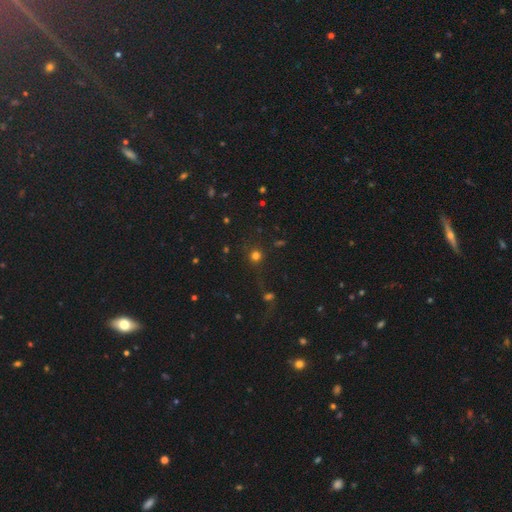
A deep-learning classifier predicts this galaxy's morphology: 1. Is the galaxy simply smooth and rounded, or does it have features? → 71% smooth, 23% star or artifact, 6% featured or disk.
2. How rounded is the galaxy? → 93% round, 6% in between, 1% cigar-shaped.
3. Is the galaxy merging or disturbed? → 81% none, 8% minor disturbance, 6% merger, 5% major disturbance.